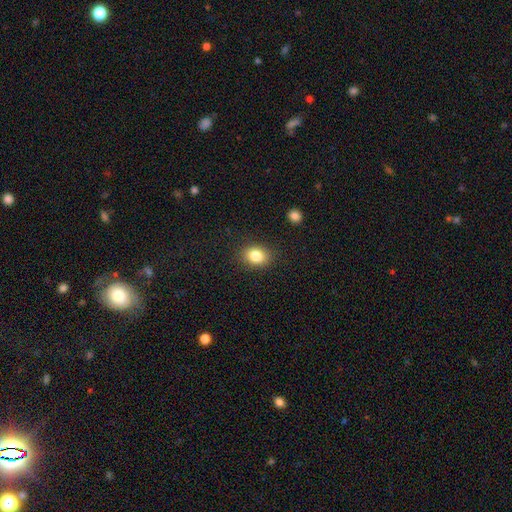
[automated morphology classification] This is clearly a smooth galaxy (83%). How rounded: possibly in between (56%). Merging: clearly none (87%).